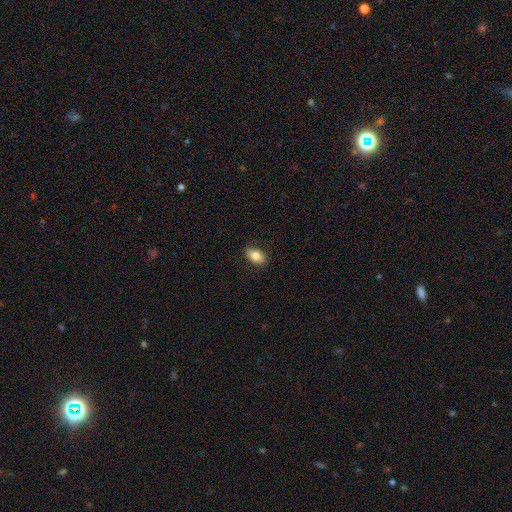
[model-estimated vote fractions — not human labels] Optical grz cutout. It shows a smooth galaxy with no disk features (80%) that is in between round and cigar-shaped (88%). Merging: none (87%).